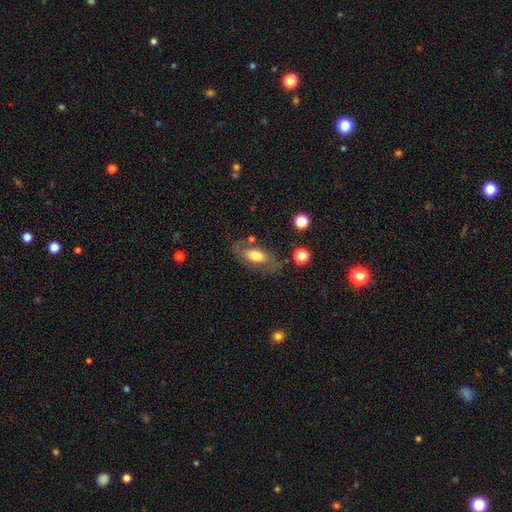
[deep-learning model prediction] Smooth or featured?
  - smooth: 59% *
  - featured or disk: 34%
  - star or artifact: 7%
How rounded?
  - in between: 84% *
  - cigar-shaped: 10%
  - round: 6%
Merging?
  - none: 64% *
  - minor disturbance: 20%
  - major disturbance: 10%
  - merger: 6%